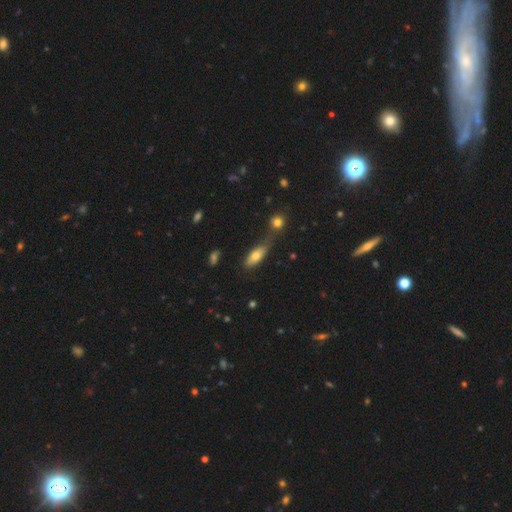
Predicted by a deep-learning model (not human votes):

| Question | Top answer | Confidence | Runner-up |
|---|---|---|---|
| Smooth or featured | smooth | 73% | featured or disk (19%) |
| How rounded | in between | 72% | cigar-shaped (25%) |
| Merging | none | 49% | minor disturbance (22%) |